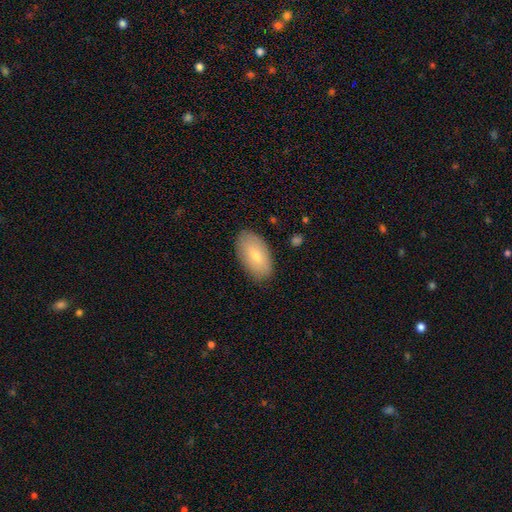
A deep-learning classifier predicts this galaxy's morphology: A smooth galaxy with no disk features (69%) that is in between round and cigar-shaped (94%).

Vote fractions:
- Smooth or featured? smooth: 69% / featured or disk: 25% / star or artifact: 7%
- How rounded? in between: 94% / round: 4% / cigar-shaped: 2%
- Merging? none: 86% / minor disturbance: 10% / major disturbance: 2% / merger: 1%